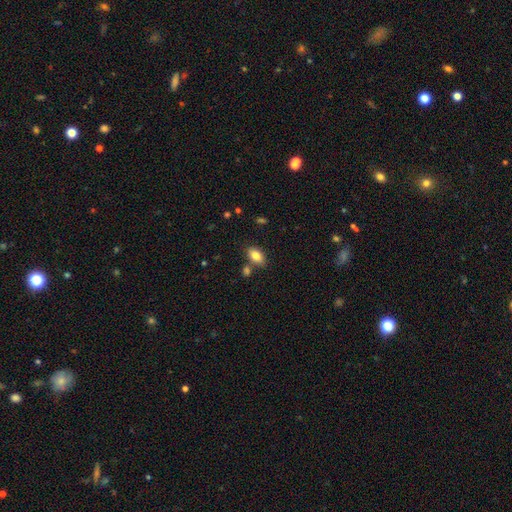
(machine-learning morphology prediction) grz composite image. It shows a smooth galaxy with no disk features (83%) that is in between round and cigar-shaped (91%). Merging: none (75%).